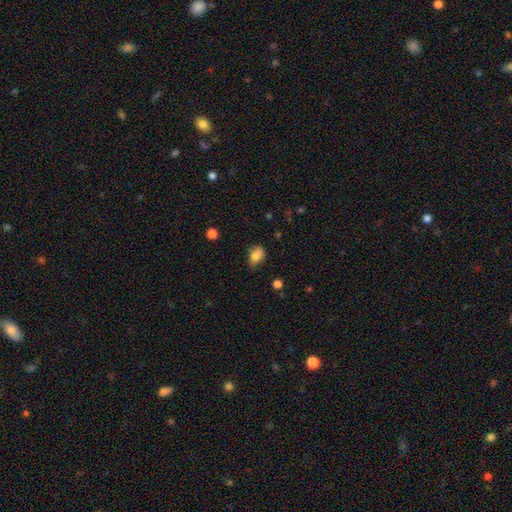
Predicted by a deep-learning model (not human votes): A smooth galaxy with no disk features (77%) that is in between round and cigar-shaped (70%).

Vote fractions:
- Smooth or featured? smooth: 77% / featured or disk: 13% / star or artifact: 10%
- How rounded? in between: 70% / round: 28% / cigar-shaped: 2%
- Merging? none: 50% / minor disturbance: 33% / major disturbance: 9% / merger: 8%